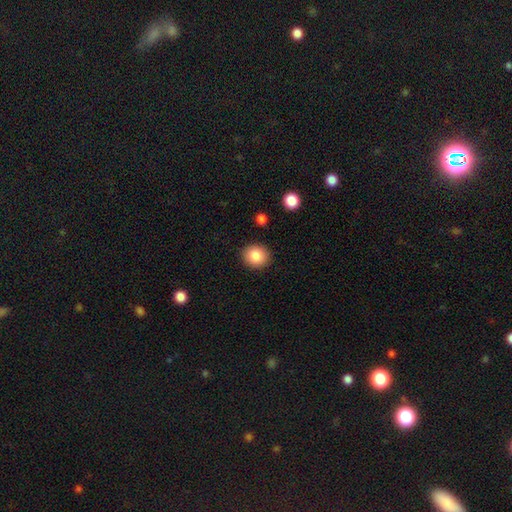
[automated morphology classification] smooth_or_featured: smooth (p=0.85) [alt: star or artifact p=0.09]
how_rounded: round (p=0.81) [alt: in between p=0.18]
merging: none (p=0.90) [alt: minor disturbance p=0.07]